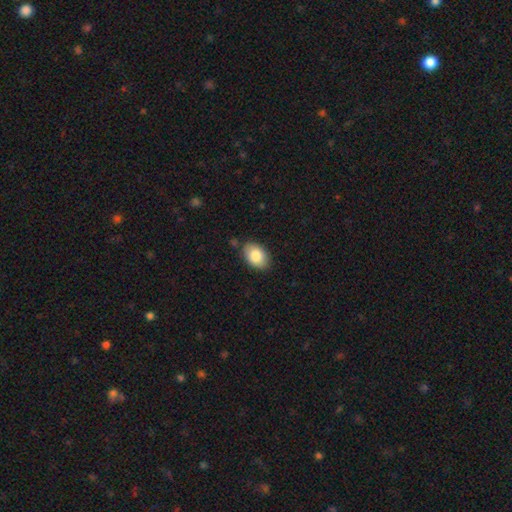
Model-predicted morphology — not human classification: A smooth galaxy with no disk features (85%) that is in between round and cigar-shaped (87%).

Vote fractions:
- Smooth or featured? smooth: 85% / featured or disk: 8% / star or artifact: 7%
- How rounded? in between: 87% / round: 12% / cigar-shaped: 1%
- Merging? none: 81% / minor disturbance: 14% / major disturbance: 3% / merger: 2%